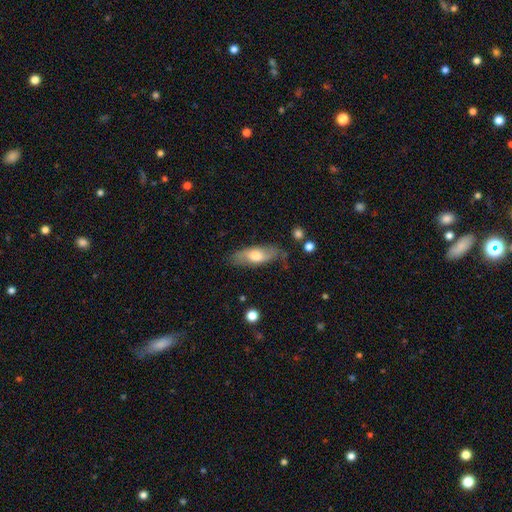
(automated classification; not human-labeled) A smooth galaxy with no disk features (62%) that is in between round and cigar-shaped (71%).

Vote fractions:
- Smooth or featured? smooth: 62% / featured or disk: 33% / star or artifact: 6%
- How rounded? in between: 71% / cigar-shaped: 27% / round: 3%
- Merging? none: 75% / minor disturbance: 18% / major disturbance: 5% / merger: 2%